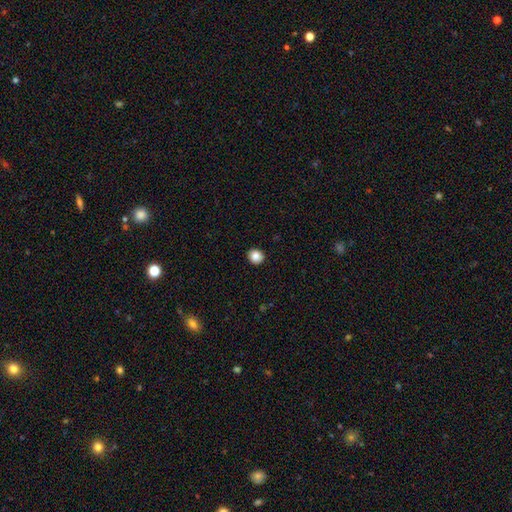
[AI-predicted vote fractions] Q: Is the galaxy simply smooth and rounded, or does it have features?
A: smooth — 86%.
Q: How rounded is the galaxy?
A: round — 88%.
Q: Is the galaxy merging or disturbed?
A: none — 93%.